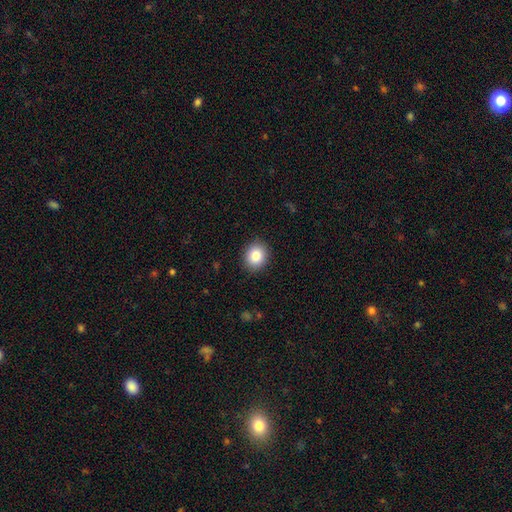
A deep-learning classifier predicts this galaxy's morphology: smooth_or_featured: smooth (p=0.85) [alt: star or artifact p=0.09]
how_rounded: round (p=0.66) [alt: in between p=0.33]
merging: none (p=0.90) [alt: minor disturbance p=0.07]